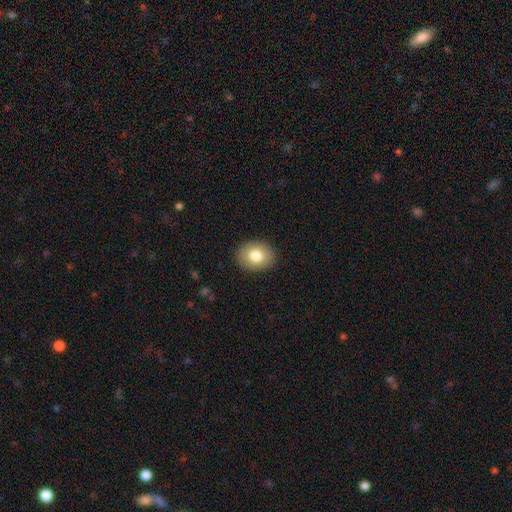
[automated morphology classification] This appears to be a smooth galaxy with no disk features (79%) that is in between round and cigar-shaped (52%). Merging: none (90%).